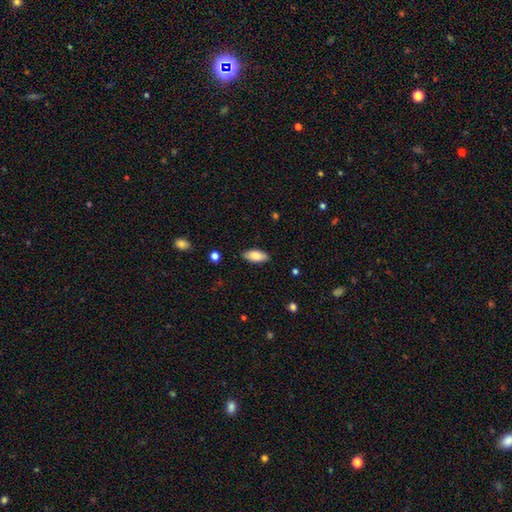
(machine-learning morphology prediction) type=smooth (83%); roundness=in between (87%); merging=none (87%).